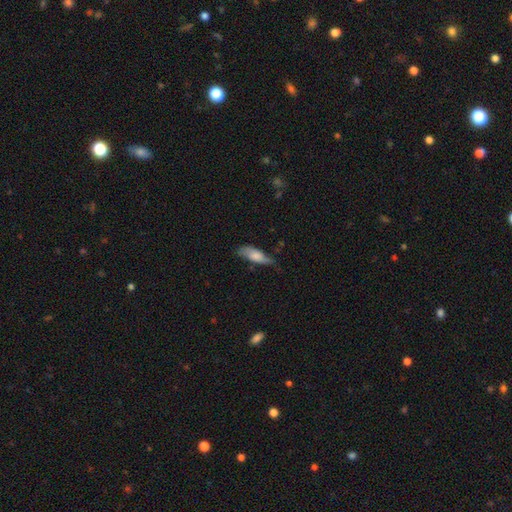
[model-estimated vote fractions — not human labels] Smooth or featured? smooth (72%)
How rounded? in between (63%)
Merging? none (48%)